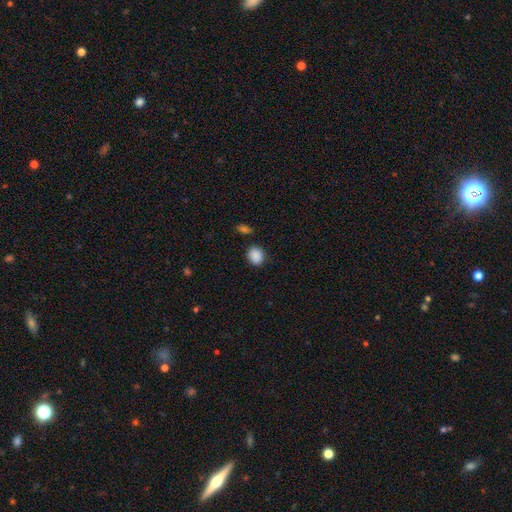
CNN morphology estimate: smooth-or-featured: smooth: 89% | star or artifact: 8% | featured or disk: 3%
  how-rounded: round: 59% | in between: 40% | cigar-shaped: 1%
  merging: none: 80% | minor disturbance: 13% | major disturbance: 3% | merger: 3%